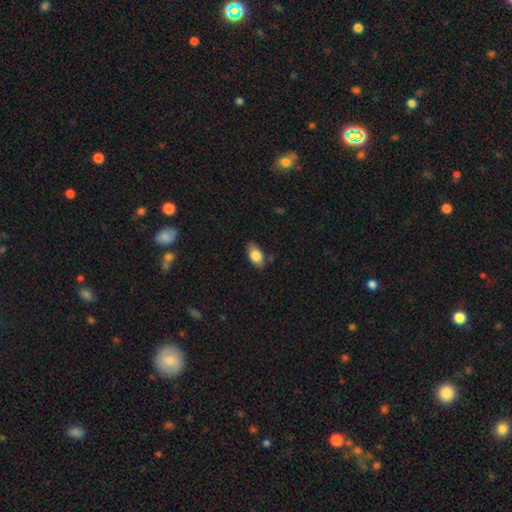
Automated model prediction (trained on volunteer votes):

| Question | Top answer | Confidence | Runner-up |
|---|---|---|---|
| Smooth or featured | smooth | 80% | featured or disk (13%) |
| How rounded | in between | 89% | round (8%) |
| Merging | none | 79% | minor disturbance (16%) |